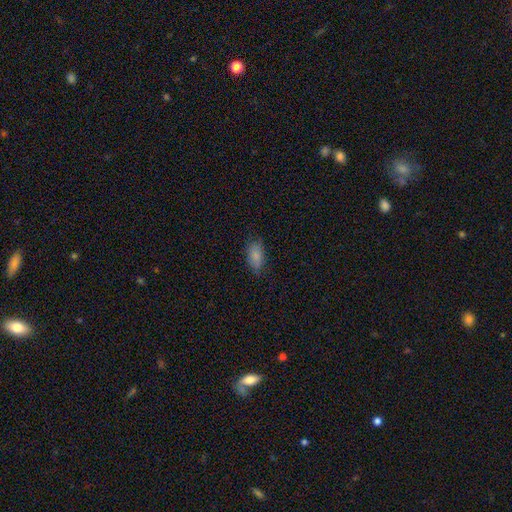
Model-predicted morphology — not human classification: Smooth or featured: smooth — 85% (featured or disk — 8%)
How rounded: in between — 92% (cigar-shaped — 5%)
Merging: none — 77% (minor disturbance — 18%)